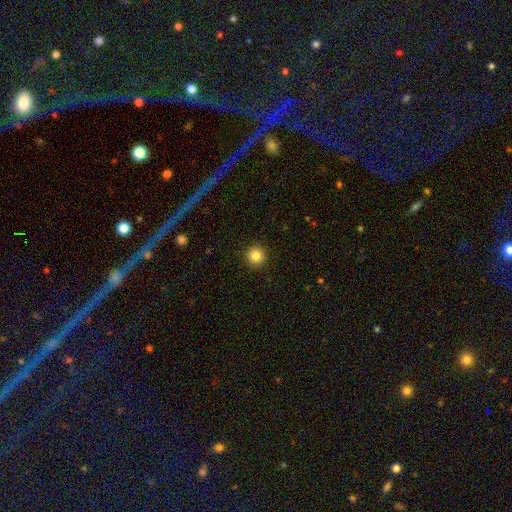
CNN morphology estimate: This is clearly a smooth galaxy (85%). How rounded: clearly round (94%). Merging: clearly none (91%).